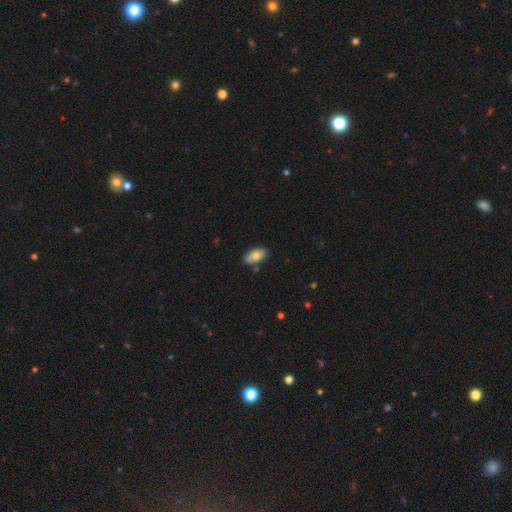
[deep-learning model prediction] This appears to be a smooth galaxy with no disk features (75%) that is in between round and cigar-shaped (93%). Merging: none (78%).